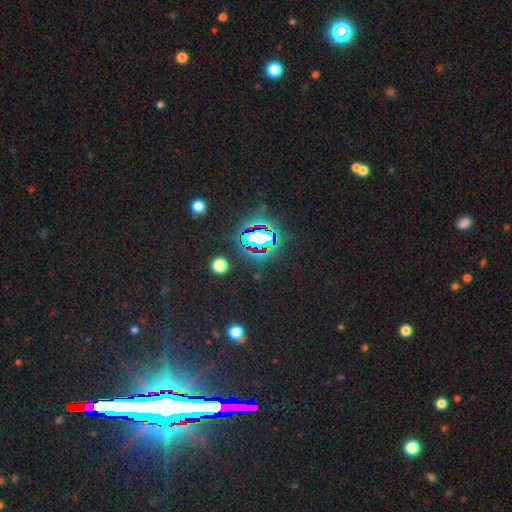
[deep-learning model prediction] smooth-or-featured: star or artifact: 80% | featured or disk: 11% | smooth: 9%